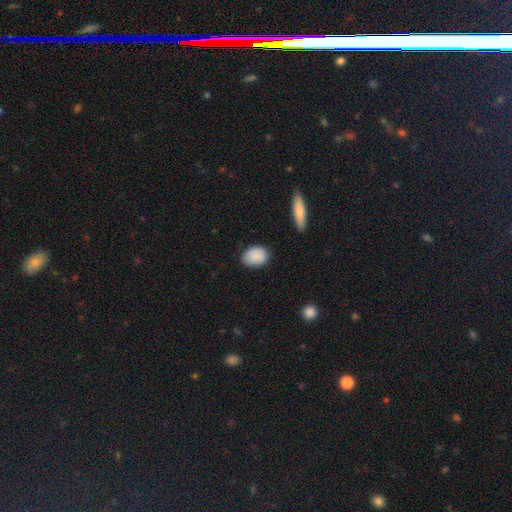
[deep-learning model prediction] Overall: smooth (89%). How rounded: in between (81%). Merging: none (79%).